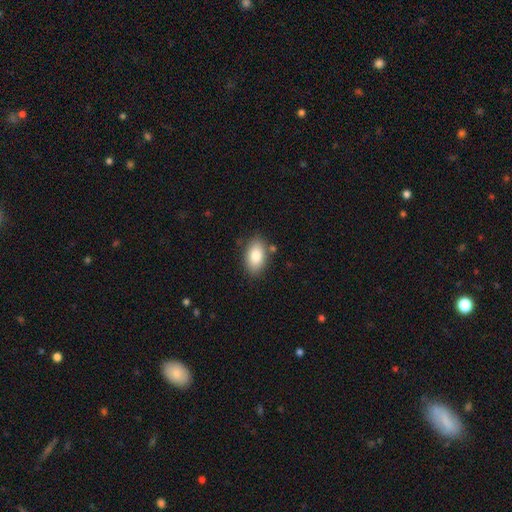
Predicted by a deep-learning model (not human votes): smooth 83%, featured or disk 10%, star or artifact 7%. Down the decision tree: how rounded — in between (92%); merging — none (82%).